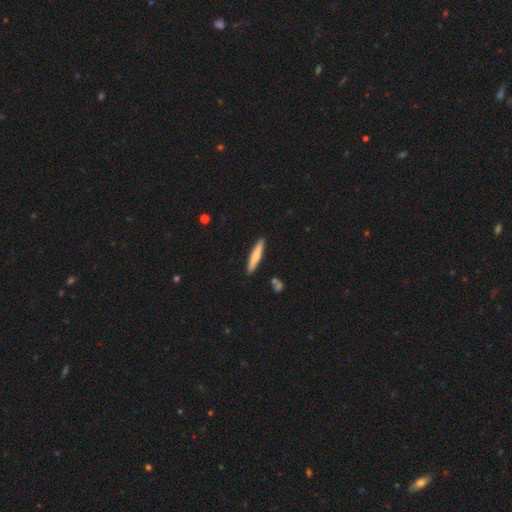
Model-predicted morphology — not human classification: This appears to be a smooth galaxy with no disk features (68%) that is cigar-shaped (92%). Merging: none (90%).